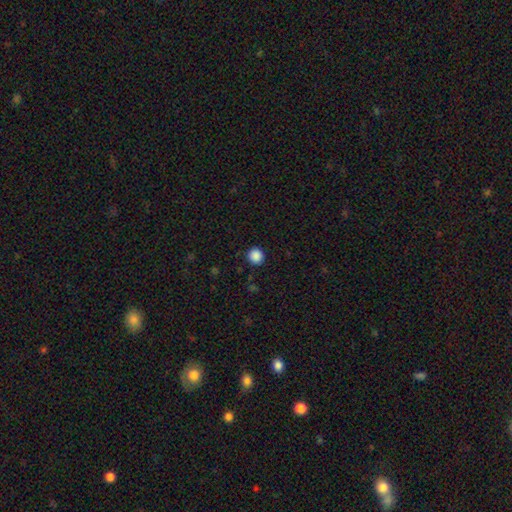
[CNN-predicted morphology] smooth 88%, star or artifact 10%, featured or disk 2%. Down the decision tree: how rounded — round (93%); merging — none (91%).